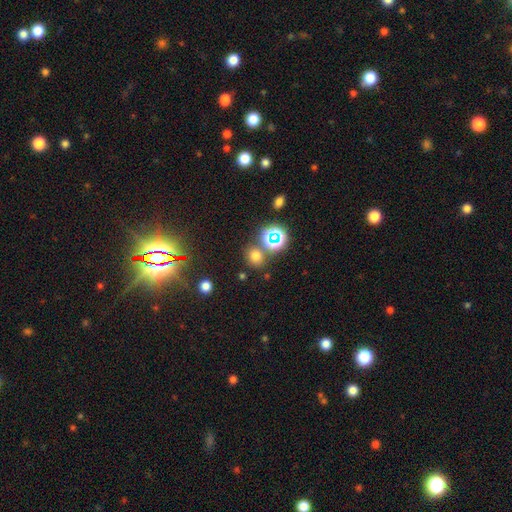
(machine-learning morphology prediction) smooth-or-featured: smooth: 65% | star or artifact: 28% | featured or disk: 7%
  how-rounded: round: 71% | in between: 28% | cigar-shaped: 1%
  merging: none: 76% | merger: 11% | minor disturbance: 9% | major disturbance: 4%